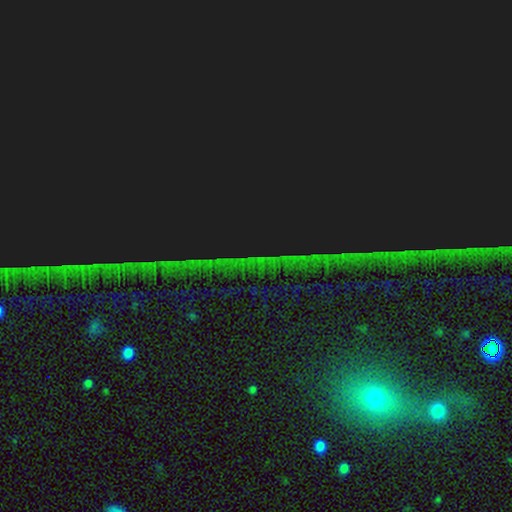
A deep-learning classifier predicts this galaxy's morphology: Smooth or featured?
  - star or artifact: 88% *
  - smooth: 6%
  - featured or disk: 6%